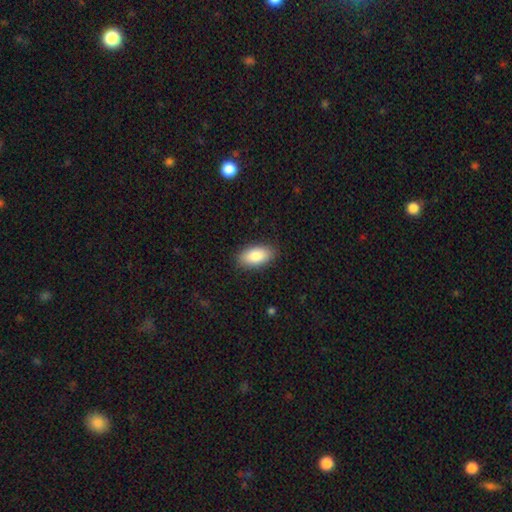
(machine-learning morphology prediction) Q: Smooth or featured?
A: smooth (86%); runner-up: featured or disk (8%)
Q: How rounded?
A: in between (93%); runner-up: cigar-shaped (4%)
Q: Merging?
A: none (87%); runner-up: minor disturbance (9%)